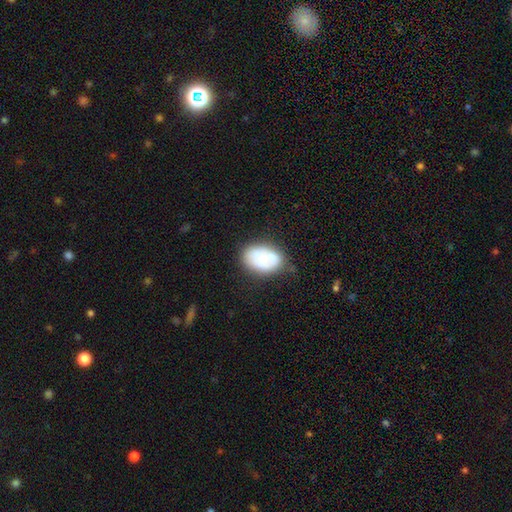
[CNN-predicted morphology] Smooth or featured? smooth (70%)
How rounded? in between (86%)
Merging? none (66%)